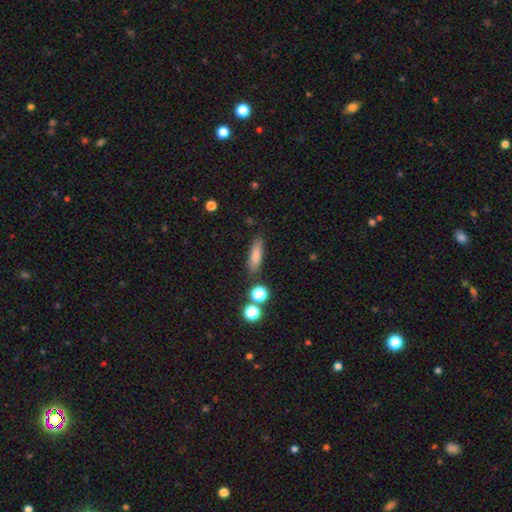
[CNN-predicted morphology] A smooth galaxy with no disk features (78%) that is cigar-shaped (65%).

Vote fractions:
- Smooth or featured? smooth: 78% / featured or disk: 12% / star or artifact: 9%
- How rounded? cigar-shaped: 65% / in between: 31% / round: 4%
- Merging? none: 81% / minor disturbance: 11% / merger: 4% / major disturbance: 3%